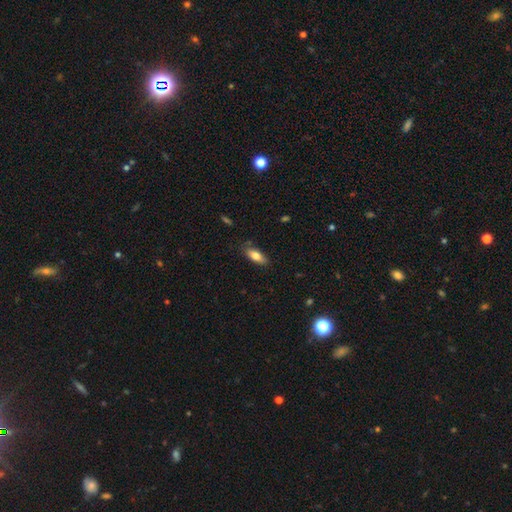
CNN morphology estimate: smooth-or-featured: smooth: 78% | featured or disk: 15% | star or artifact: 7%
  how-rounded: in between: 77% | cigar-shaped: 21% | round: 2%
  merging: none: 81% | minor disturbance: 15% | major disturbance: 3% | merger: 2%